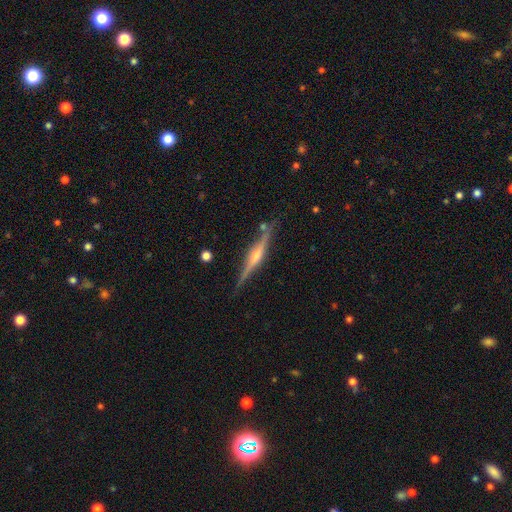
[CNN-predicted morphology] featured or disk 81%, smooth 13%, star or artifact 6%. Down the decision tree: edge-on disk — yes (98%); edge-on bulge — rounded (84%); merging — none (84%).